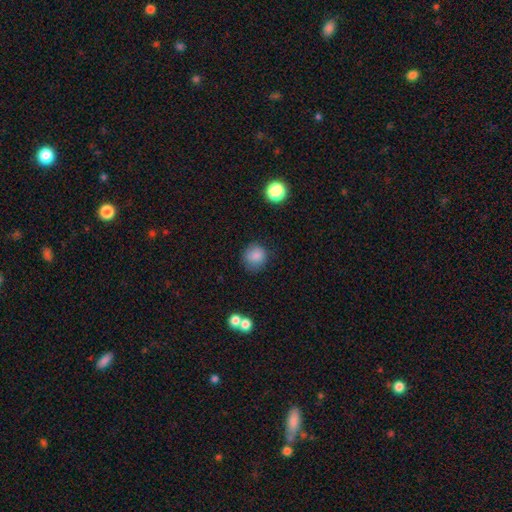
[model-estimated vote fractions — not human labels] Morphology: type=smooth (85%); roundness=round (88%); merging=none (78%).